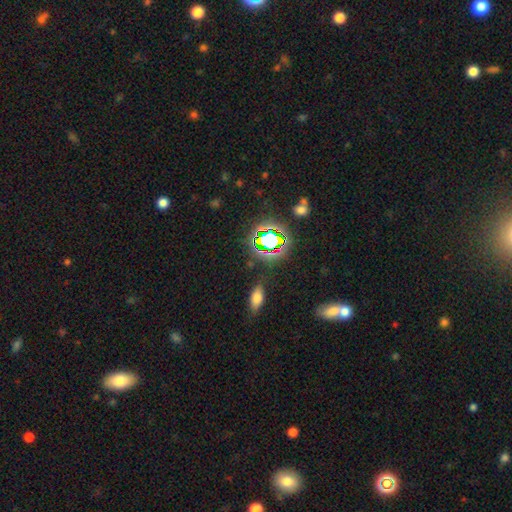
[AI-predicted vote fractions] Overall: star or artifact (65%).